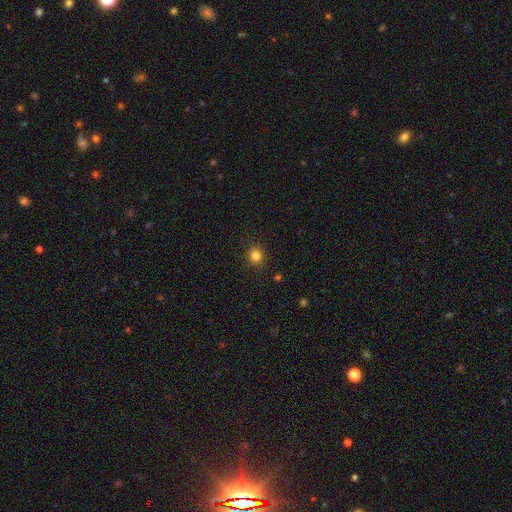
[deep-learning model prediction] Q: Smooth or featured?
A: smooth (82%); runner-up: star or artifact (13%)
Q: How rounded?
A: round (85%); runner-up: in between (14%)
Q: Merging?
A: none (88%); runner-up: minor disturbance (8%)